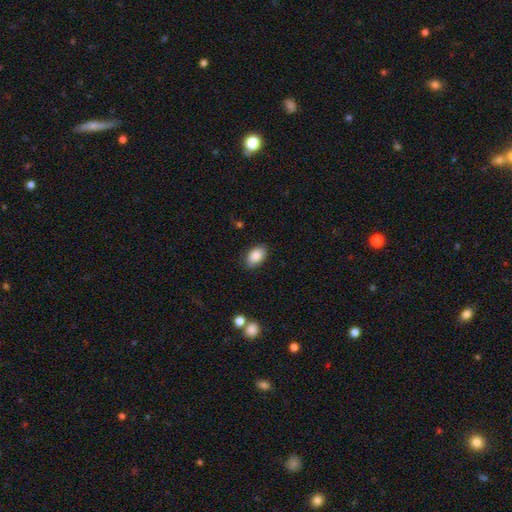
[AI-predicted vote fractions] Overall: smooth (86%). How rounded: in between (91%). Merging: none (83%).